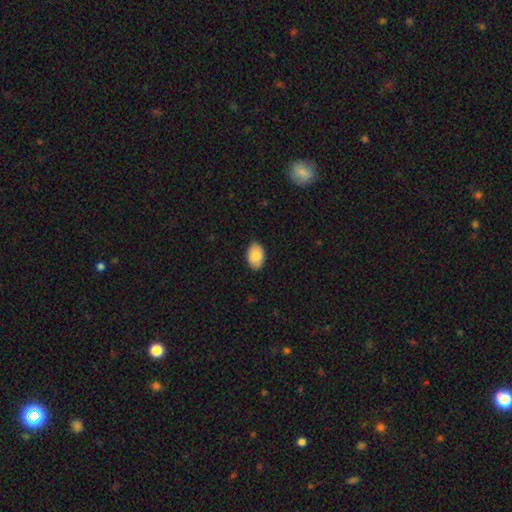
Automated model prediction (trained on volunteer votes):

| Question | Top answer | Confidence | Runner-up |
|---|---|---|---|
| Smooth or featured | smooth | 87% | featured or disk (7%) |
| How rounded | in between | 90% | round (9%) |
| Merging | none | 86% | minor disturbance (11%) |